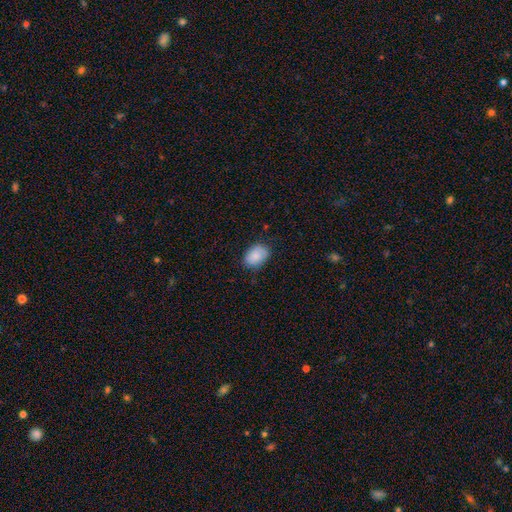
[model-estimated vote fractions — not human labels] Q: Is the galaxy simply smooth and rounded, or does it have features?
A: smooth — 86%.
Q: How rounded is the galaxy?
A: in between — 81%.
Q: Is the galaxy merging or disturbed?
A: none — 79%.